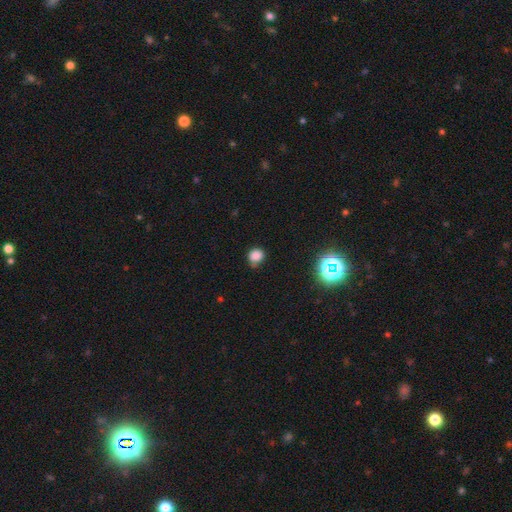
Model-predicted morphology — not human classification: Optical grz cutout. It shows a smooth galaxy with no disk features (81%) that is round (81%). Merging: none (69%).